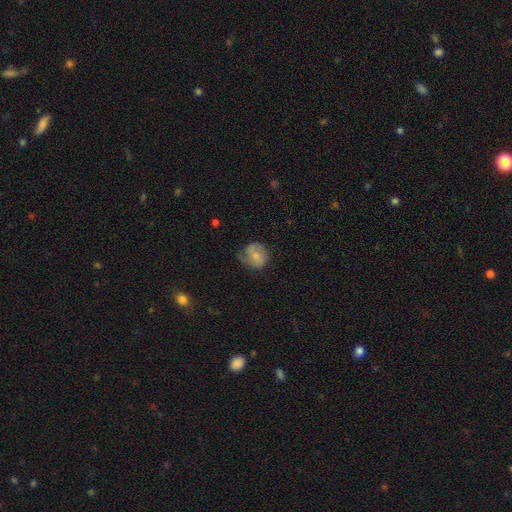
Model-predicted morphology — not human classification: Smooth or featured? Predicted: smooth (p=0.58). How rounded? Predicted: round (p=0.77). Merging? Predicted: none (p=0.54).